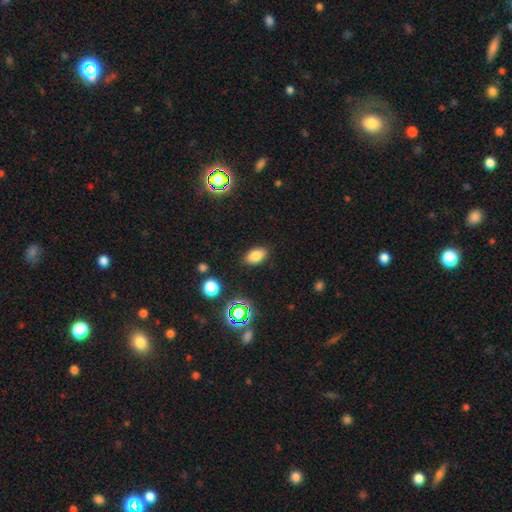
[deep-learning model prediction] smooth 79%, star or artifact 14%, featured or disk 7%. Down the decision tree: how rounded — in between (90%); merging — none (87%).